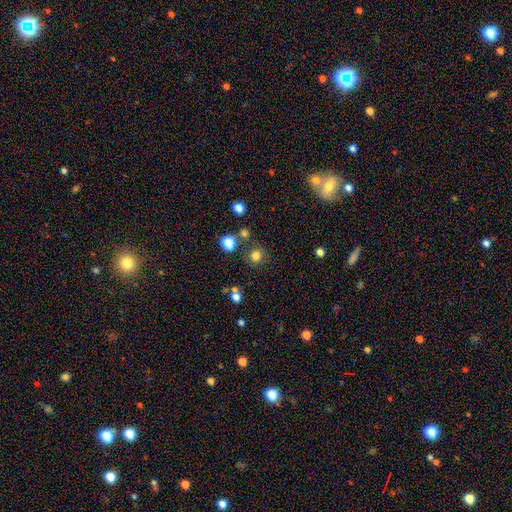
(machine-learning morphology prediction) The model was most divided on "smooth or featured": smooth: 77%, star or artifact: 17%, featured or disk: 5%. More confident: how rounded — round (91%); merging — none (81%).